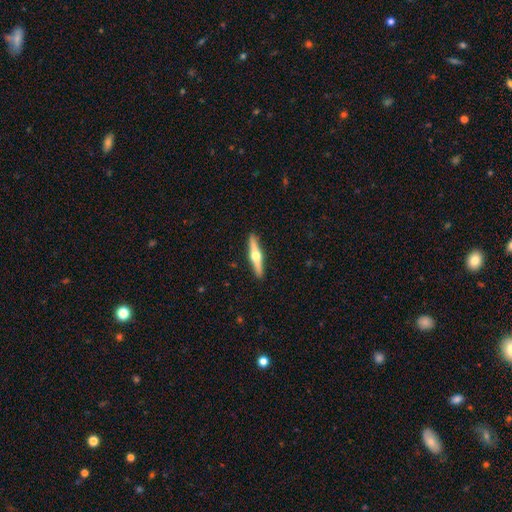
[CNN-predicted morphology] featured or disk 70%, smooth 25%, star or artifact 5%. Down the decision tree: edge-on disk — yes (98%); edge-on bulge — rounded (96%); merging — none (92%).